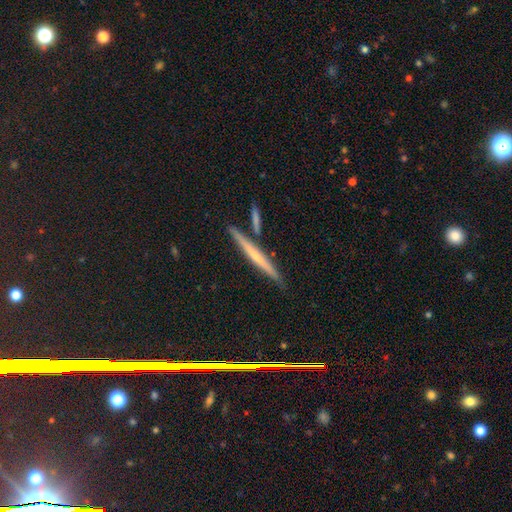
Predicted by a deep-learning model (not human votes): A featured or disk galaxy (53%) viewed edge-on (96%) with no central bulge (66%). Merging: none (82%).